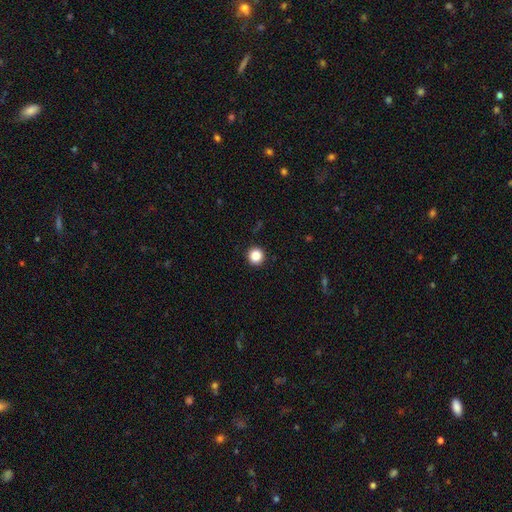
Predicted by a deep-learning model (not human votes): The model was most divided on "smooth or featured": smooth: 86%, star or artifact: 11%, featured or disk: 3%. More confident: how rounded — round (95%); merging — none (93%).